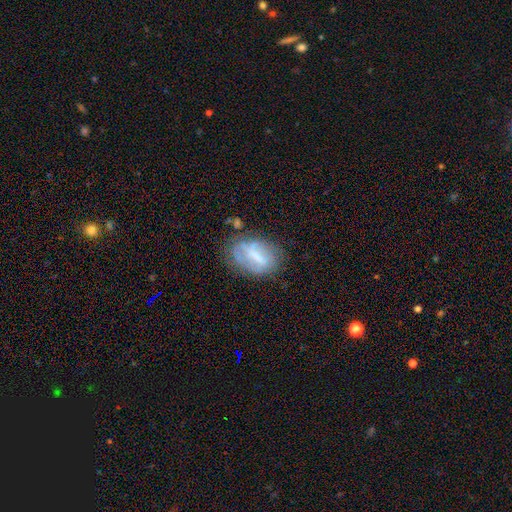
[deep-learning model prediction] This appears to be a featured or disk galaxy (54%) with a strong bar (49%), no spiral arms (58%) and no central bulge (33%). Merging: none (55%).